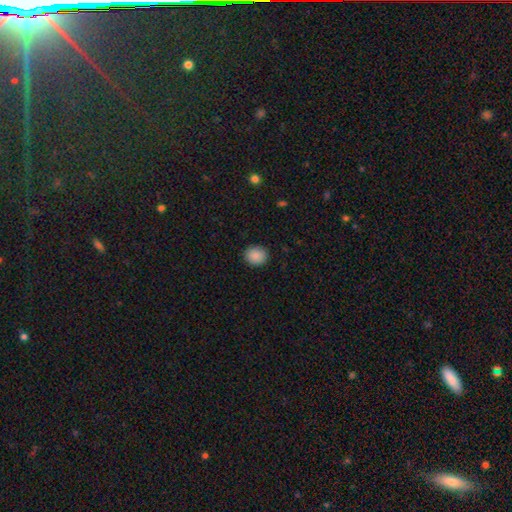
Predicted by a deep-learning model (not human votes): Morphology: type=smooth (89%); roundness=round (67%); merging=none (90%).